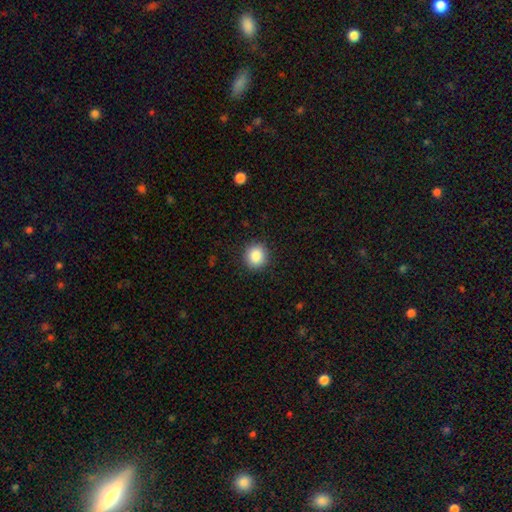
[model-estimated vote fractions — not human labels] smooth-or-featured: smooth: 88% | star or artifact: 9% | featured or disk: 3%
  how-rounded: round: 87% | in between: 12% | cigar-shaped: 1%
  merging: none: 90% | minor disturbance: 7% | major disturbance: 2% | merger: 1%